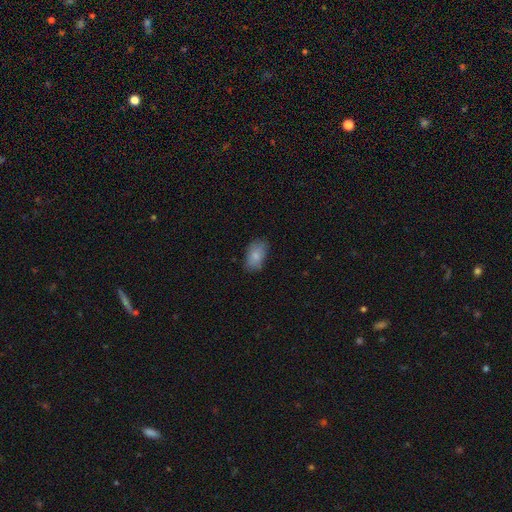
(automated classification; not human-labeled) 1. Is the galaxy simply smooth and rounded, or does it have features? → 81% smooth, 12% featured or disk, 7% star or artifact.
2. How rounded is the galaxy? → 91% in between, 7% round, 2% cigar-shaped.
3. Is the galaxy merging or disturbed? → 73% none, 21% minor disturbance, 5% major disturbance, 1% merger.